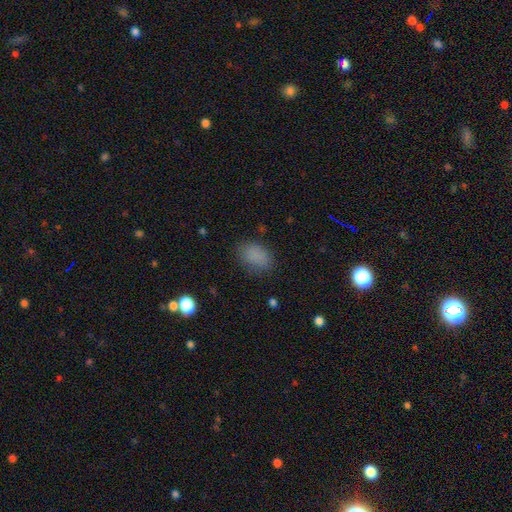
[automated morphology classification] Smooth or featured? smooth (83%)
How rounded? in between (83%)
Merging? none (79%)